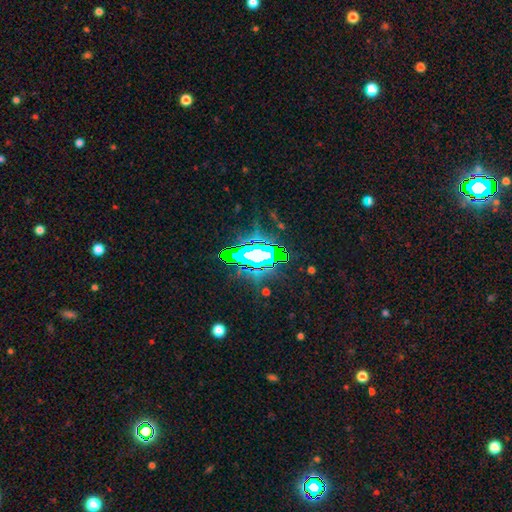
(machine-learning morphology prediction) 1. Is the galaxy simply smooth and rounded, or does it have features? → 71% star or artifact, 15% featured or disk, 14% smooth.